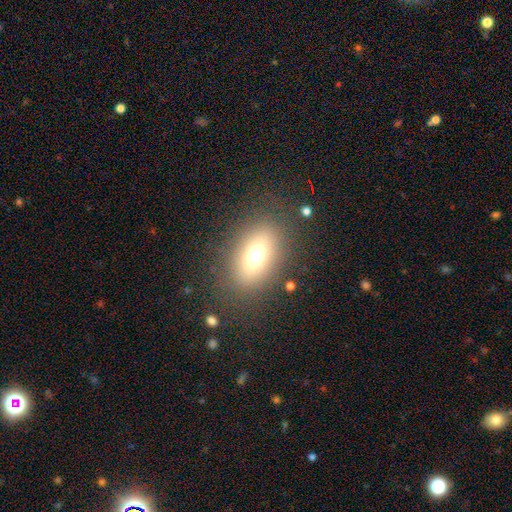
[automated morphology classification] Smooth or featured? Predicted: smooth (p=0.68). How rounded? Predicted: in between (p=0.75). Merging? Predicted: none (p=0.82).